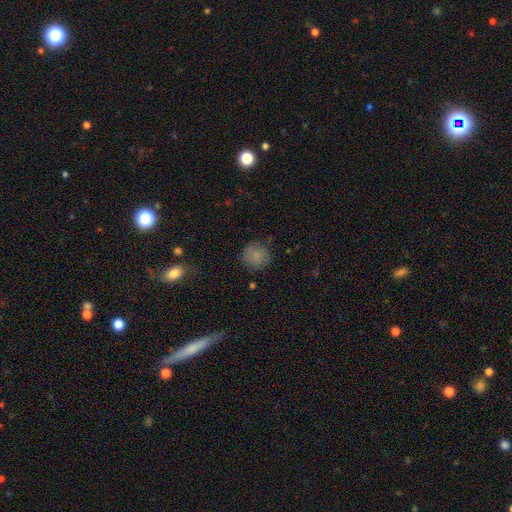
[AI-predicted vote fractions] Smooth or featured? Predicted: smooth (p=0.83). How rounded? Predicted: round (p=0.91). Merging? Predicted: none (p=0.83).